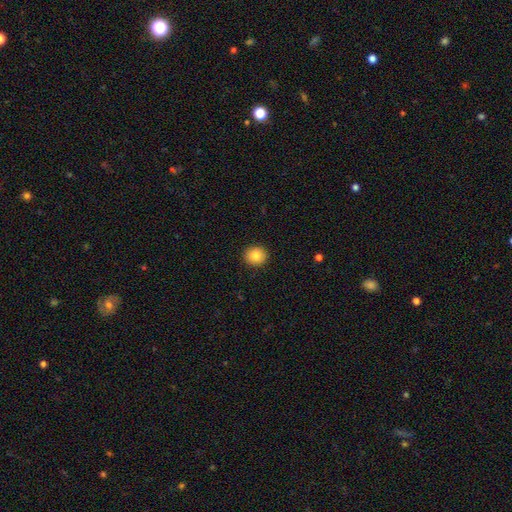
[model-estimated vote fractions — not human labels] smooth-or-featured: smooth: 85% | star or artifact: 9% | featured or disk: 6%
  how-rounded: round: 81% | in between: 18% | cigar-shaped: 1%
  merging: none: 92% | minor disturbance: 6% | major disturbance: 2% | merger: 1%